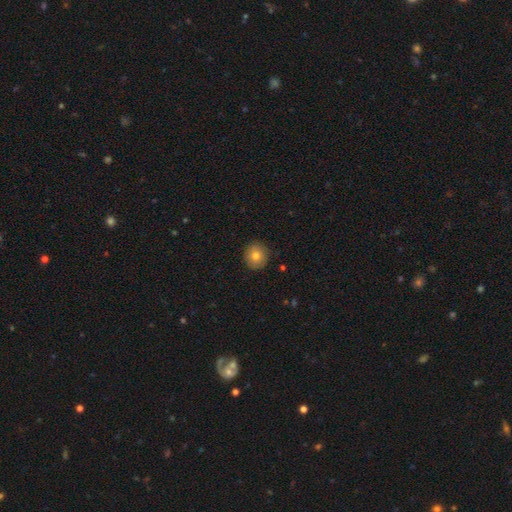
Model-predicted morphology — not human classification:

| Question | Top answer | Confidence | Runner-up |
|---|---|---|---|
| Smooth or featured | smooth | 77% | featured or disk (13%) |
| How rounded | round | 89% | in between (10%) |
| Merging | none | 89% | minor disturbance (8%) |